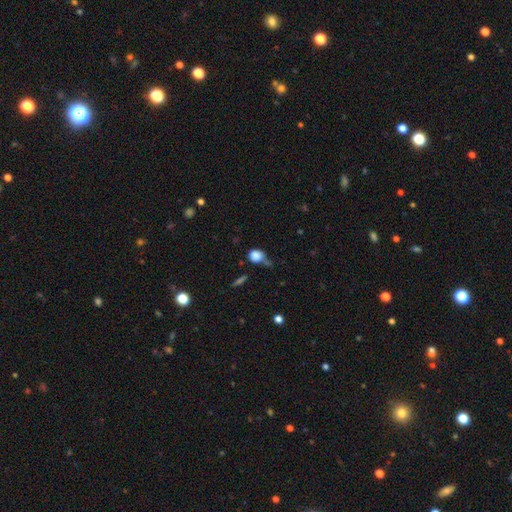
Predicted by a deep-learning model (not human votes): Smooth or featured? smooth (83%)
How rounded? round (75%)
Merging? none (51%)